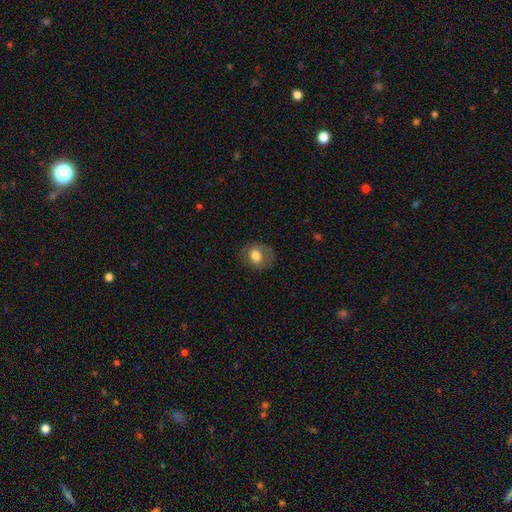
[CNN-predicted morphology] Overall: smooth (67%). How rounded: round (55%; in between 44%). Merging: none (67%).